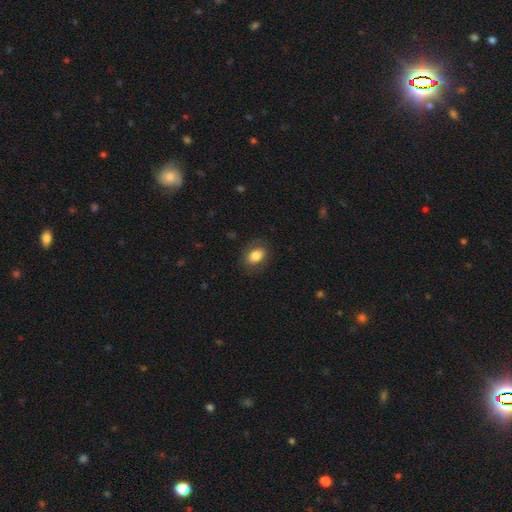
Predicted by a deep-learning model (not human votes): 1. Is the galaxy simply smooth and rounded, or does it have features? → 80% smooth, 12% featured or disk, 8% star or artifact.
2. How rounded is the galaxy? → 81% in between, 17% round, 2% cigar-shaped.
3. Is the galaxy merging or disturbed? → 81% none, 13% minor disturbance, 5% major disturbance, 1% merger.